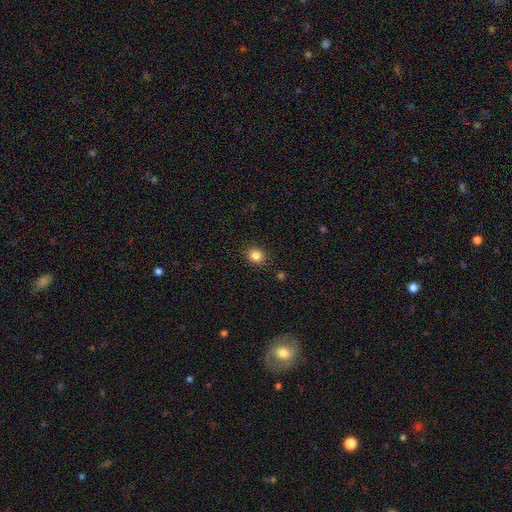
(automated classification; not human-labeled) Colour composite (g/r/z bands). It shows a smooth galaxy with no disk features (84%) that is round (74%). Merging: none (88%).